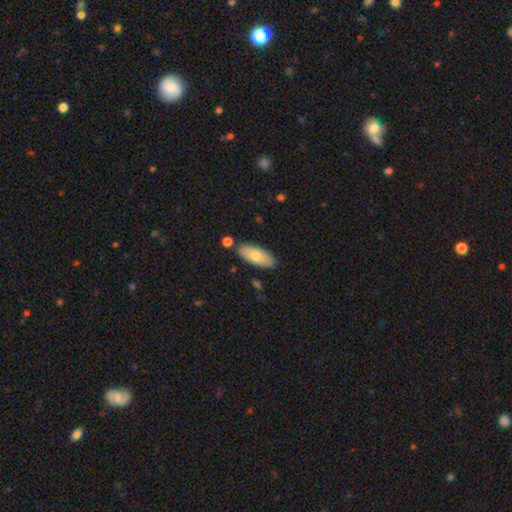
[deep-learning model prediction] Q: Smooth or featured?
A: smooth (78%); runner-up: featured or disk (17%)
Q: How rounded?
A: in between (82%); runner-up: cigar-shaped (16%)
Q: Merging?
A: none (82%); runner-up: minor disturbance (12%)